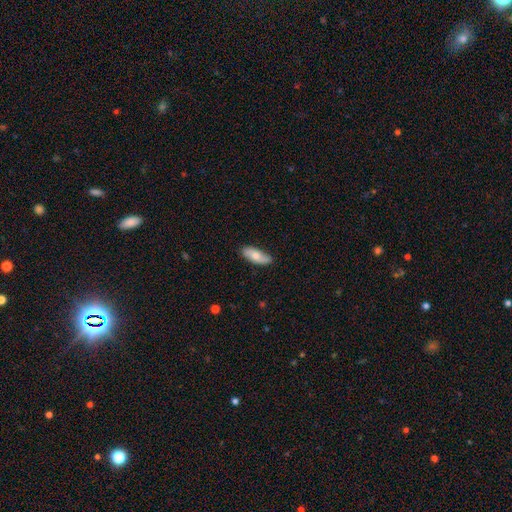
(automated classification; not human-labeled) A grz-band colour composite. It shows a smooth galaxy with no disk features (62%) that is in between round and cigar-shaped (77%). Merging: none (82%).